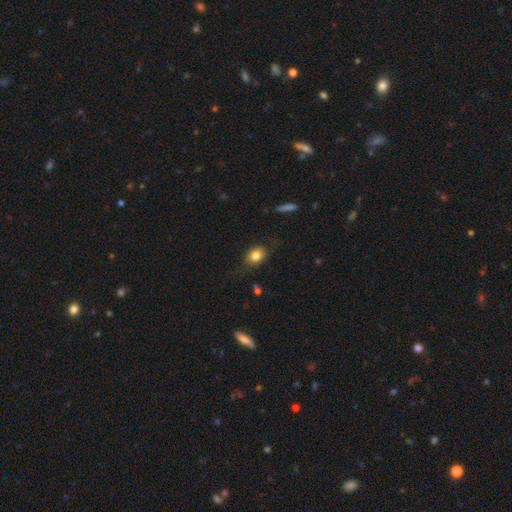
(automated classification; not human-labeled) This is clearly a smooth galaxy (82%). How rounded: possibly in between (58%). Merging: likely none (80%).